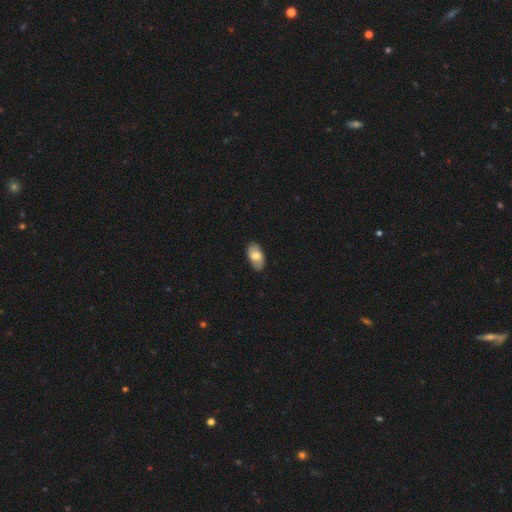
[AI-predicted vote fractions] This is likely a smooth galaxy (70%). How rounded: clearly in between (94%). Merging: clearly none (86%).